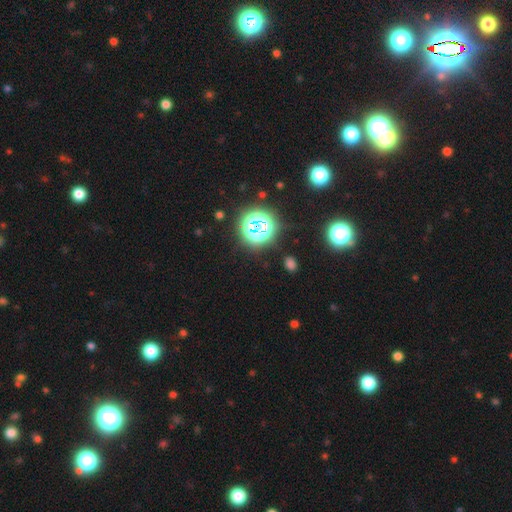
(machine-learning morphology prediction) A star or artifact, not a galaxy (78%).

Vote fractions:
- Smooth or featured? star or artifact: 78% / smooth: 16% / featured or disk: 6%